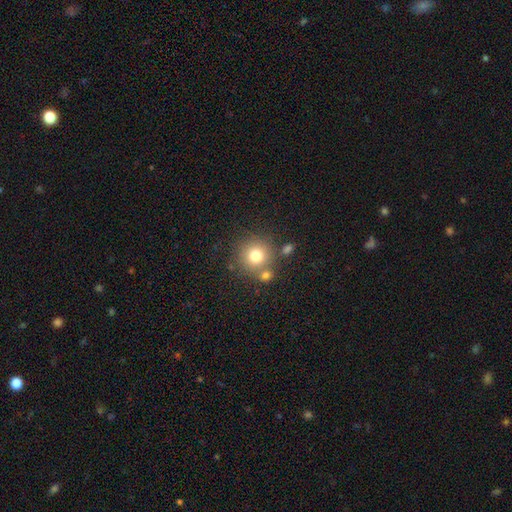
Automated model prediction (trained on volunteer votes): smooth 76%, star or artifact 13%, featured or disk 12%. Down the decision tree: how rounded — round (93%); merging — none (70%).